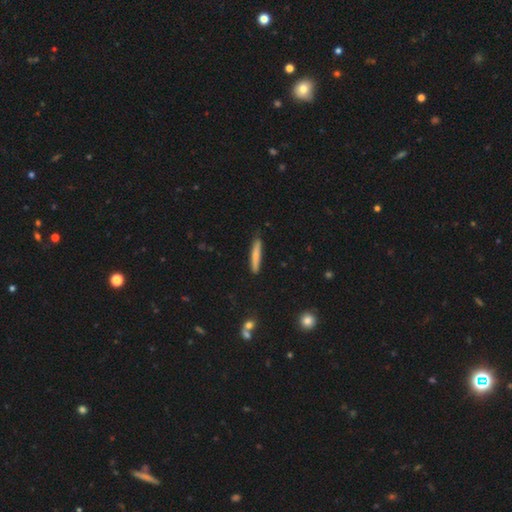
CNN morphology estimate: smooth-or-featured: smooth: 77% | featured or disk: 17% | star or artifact: 6%
  how-rounded: cigar-shaped: 94% | in between: 5% | round: 1%
  merging: none: 87% | minor disturbance: 10% | major disturbance: 2% | merger: 1%